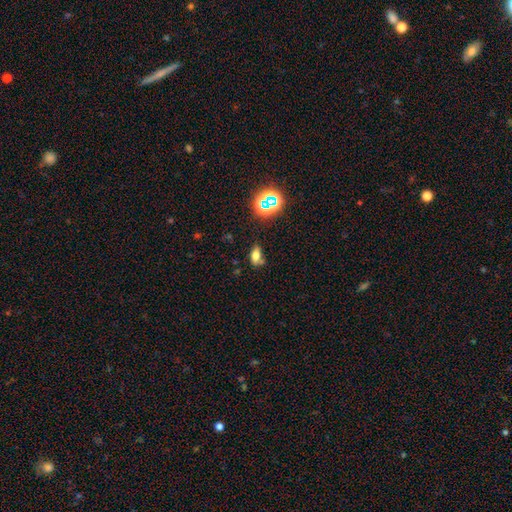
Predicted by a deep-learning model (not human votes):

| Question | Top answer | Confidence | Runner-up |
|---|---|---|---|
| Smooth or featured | smooth | 68% | star or artifact (18%) |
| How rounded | in between | 85% | round (10%) |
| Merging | none | 59% | minor disturbance (20%) |